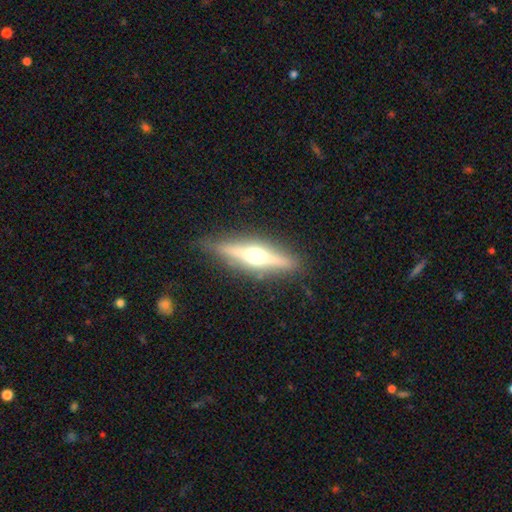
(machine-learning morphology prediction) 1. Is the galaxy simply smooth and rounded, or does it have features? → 73% featured or disk, 21% smooth, 6% star or artifact.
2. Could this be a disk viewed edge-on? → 96% yes, 4% no.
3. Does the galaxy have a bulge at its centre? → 95% rounded, 3% boxy, 2% none.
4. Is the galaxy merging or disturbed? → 88% none, 9% minor disturbance, 2% major disturbance, 1% merger.